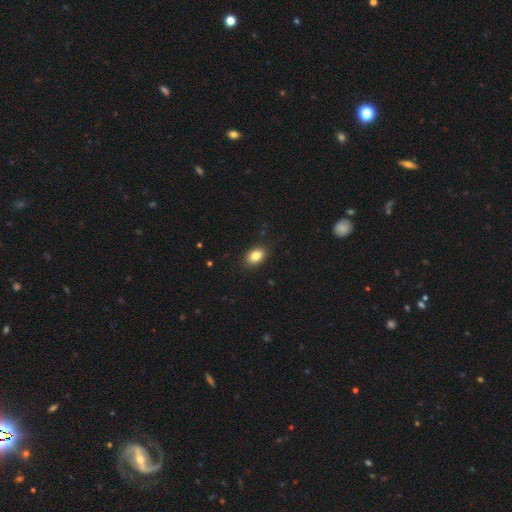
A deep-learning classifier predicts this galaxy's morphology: Smooth or featured: smooth — 84% (star or artifact — 9%)
How rounded: in between — 77% (round — 22%)
Merging: none — 88% (minor disturbance — 9%)